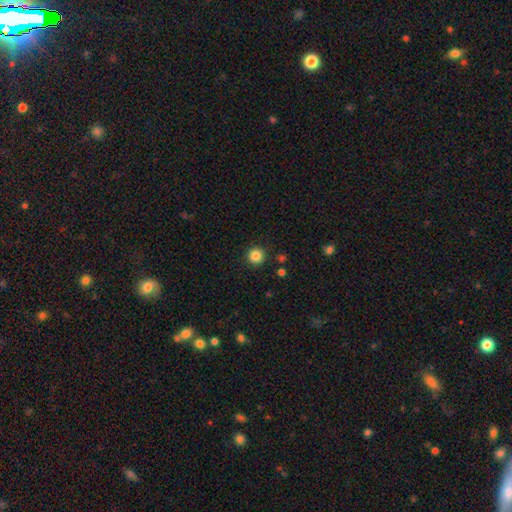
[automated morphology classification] Smooth or featured?
  - smooth: 85% *
  - star or artifact: 11%
  - featured or disk: 4%
How rounded?
  - round: 95% *
  - in between: 4%
  - cigar-shaped: 1%
Merging?
  - none: 91% *
  - minor disturbance: 5%
  - major disturbance: 2%
  - merger: 2%